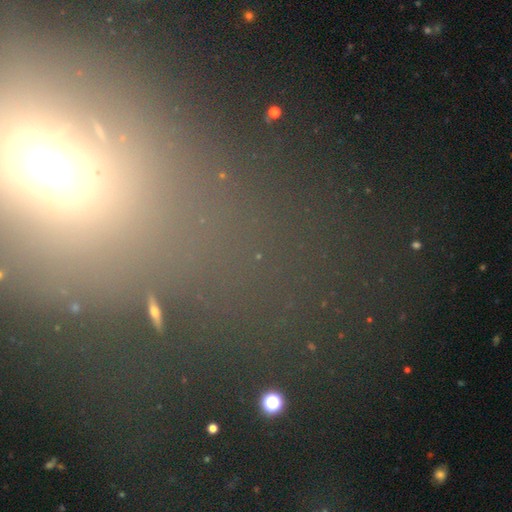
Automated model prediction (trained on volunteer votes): Overall: star or artifact (52%; smooth 33%).